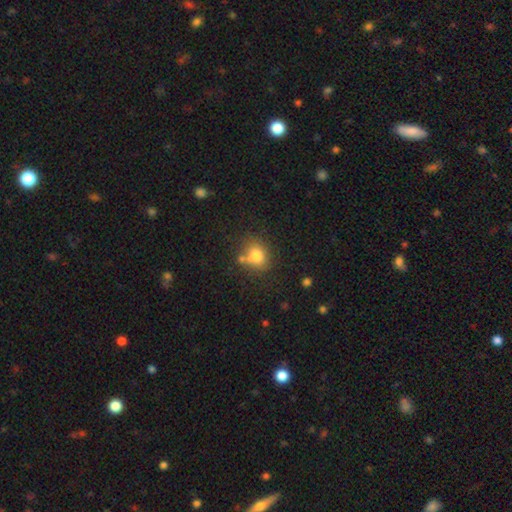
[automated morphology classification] Smooth or featured?
  - smooth: 77% *
  - star or artifact: 12%
  - featured or disk: 11%
How rounded?
  - round: 61% *
  - in between: 38%
  - cigar-shaped: 1%
Merging?
  - none: 60% *
  - merger: 19%
  - minor disturbance: 16%
  - major disturbance: 5%